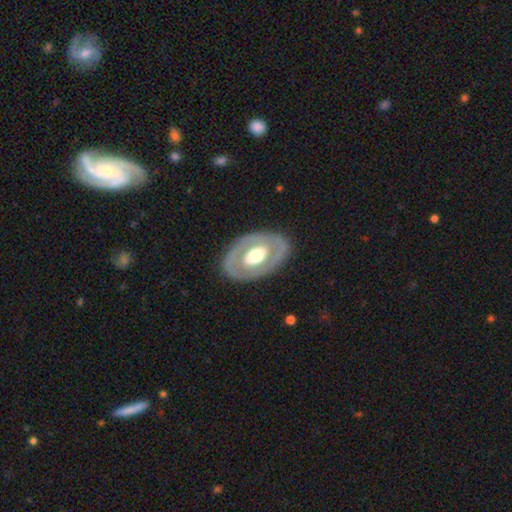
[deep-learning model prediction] Smooth or featured? featured or disk (60%)
Edge-on disk? no (91%)
Bar? no (77%)
Spiral arms? no (86%)
Bulge size? moderate (55%)
Merging? none (81%)